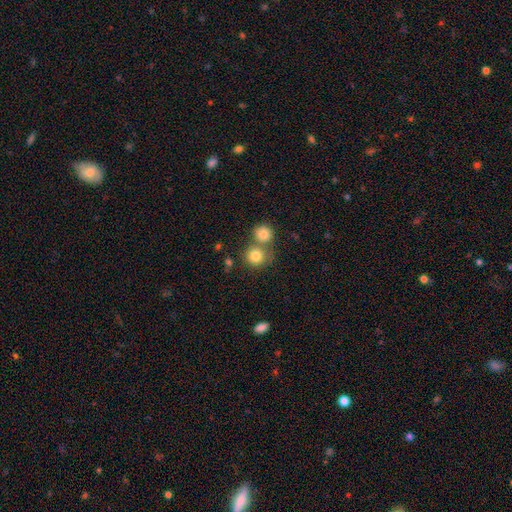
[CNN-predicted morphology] Smooth or featured?
  - smooth: 82% *
  - star or artifact: 11%
  - featured or disk: 8%
How rounded?
  - round: 89% *
  - in between: 10%
  - cigar-shaped: 1%
Merging?
  - none: 54% *
  - merger: 35%
  - minor disturbance: 7%
  - major disturbance: 3%